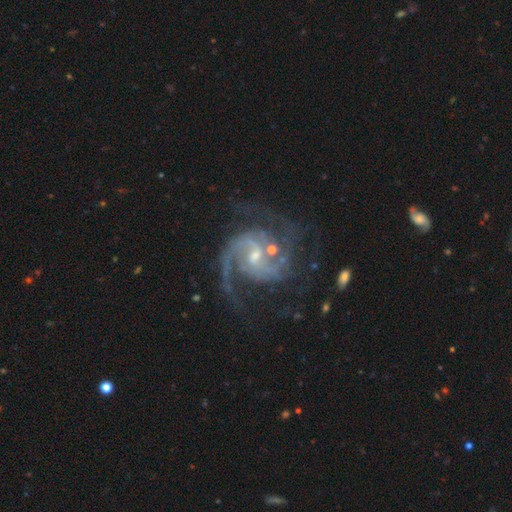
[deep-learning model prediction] Q: Smooth or featured?
A: featured or disk (92%); runner-up: star or artifact (5%)
Q: Edge-on disk?
A: no (98%); runner-up: yes (2%)
Q: Bar?
A: weak (51%); runner-up: no (34%)
Q: Spiral arms?
A: yes (98%); runner-up: no (2%)
Q: Spiral winding?
A: medium (58%); runner-up: tight (23%)
Q: Spiral arm count?
A: 2 (71%); runner-up: 3 (12%)
Q: Bulge size?
A: small (55%); runner-up: moderate (38%)
Q: Merging?
A: none (65%); runner-up: minor disturbance (16%)